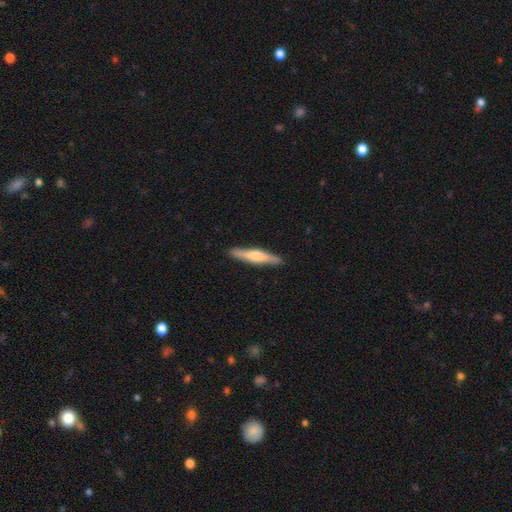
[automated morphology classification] smooth_or_featured: featured or disk (p=0.57) [alt: smooth p=0.38]
disk_edge_on: yes (p=0.96) [alt: no p=0.04]
edge_on_bulge: rounded (p=0.81) [alt: boxy p=0.10]
merging: none (p=0.91) [alt: minor disturbance p=0.07]